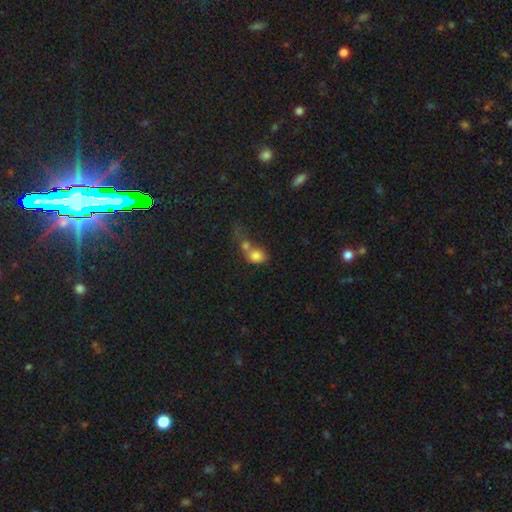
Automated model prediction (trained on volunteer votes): Smooth or featured: smooth — 77% (featured or disk — 13%)
How rounded: round — 52% (in between — 46%)
Merging: merger — 63% (none — 22%)